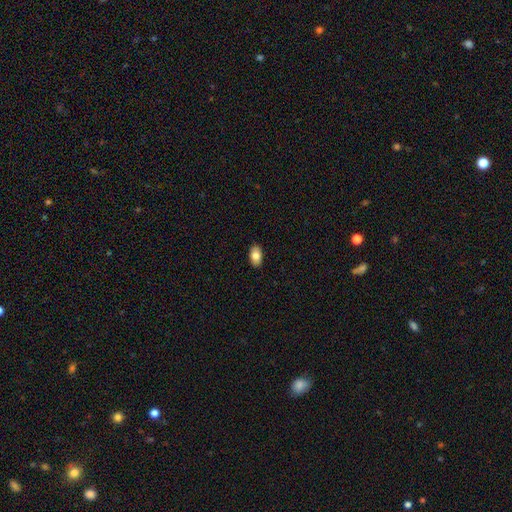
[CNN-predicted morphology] The model was most divided on "smooth or featured": smooth: 82%, featured or disk: 10%, star or artifact: 7%. More confident: how rounded — in between (93%); merging — none (89%).